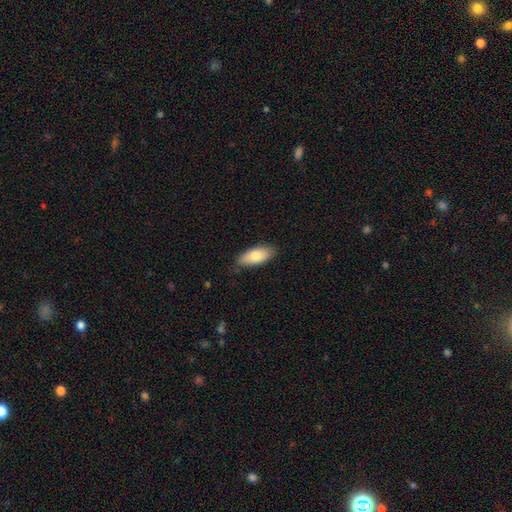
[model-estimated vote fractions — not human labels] This is likely a smooth galaxy (79%). How rounded: clearly in between (86%). Merging: likely none (79%).